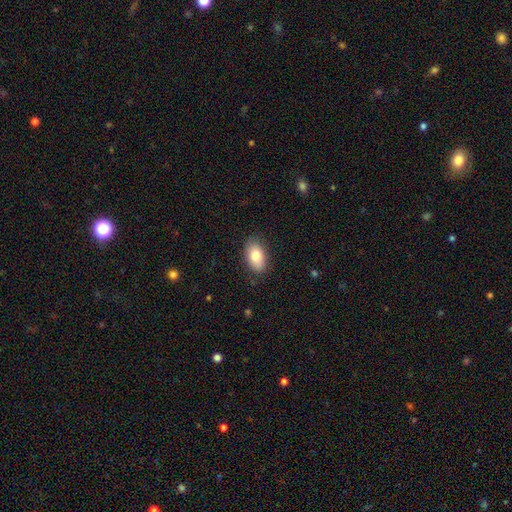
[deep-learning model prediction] Morphology: type=smooth (79%); roundness=in between (91%); merging=none (84%).